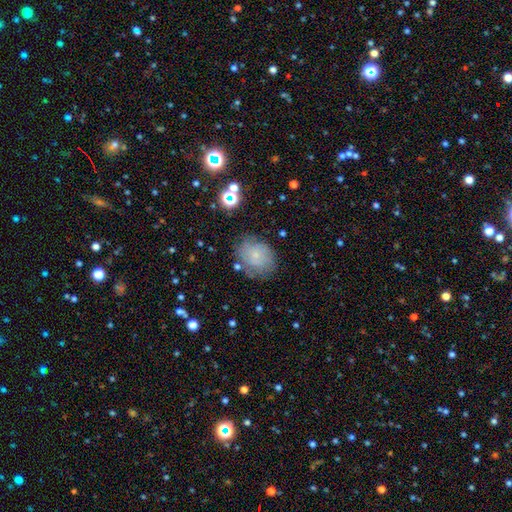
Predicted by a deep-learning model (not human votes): The model was most divided on "how rounded": round: 56%, in between: 43%, cigar-shaped: 1%. More confident: merging — none (66%); smooth or featured — smooth (52%).